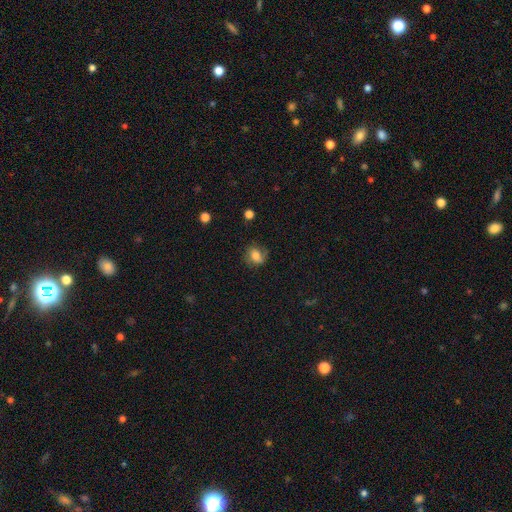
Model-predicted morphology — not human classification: smooth_or_featured: smooth (p=0.71) [alt: featured or disk p=0.18]
how_rounded: round (p=0.55) [alt: in between p=0.44]
merging: none (p=0.66) [alt: minor disturbance p=0.23]